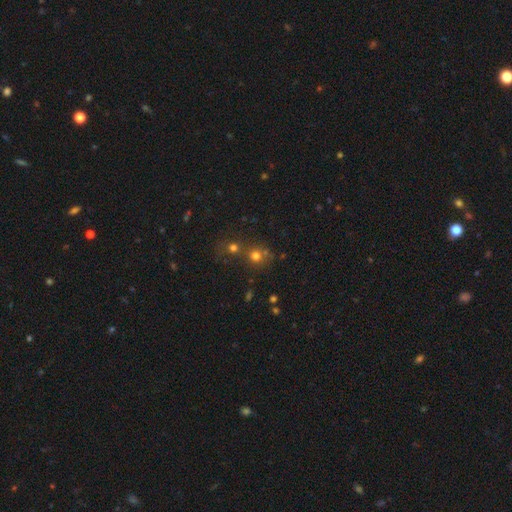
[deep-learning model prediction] This is likely a smooth galaxy (68%). How rounded: clearly round (87%). Merging: possibly none (53%).